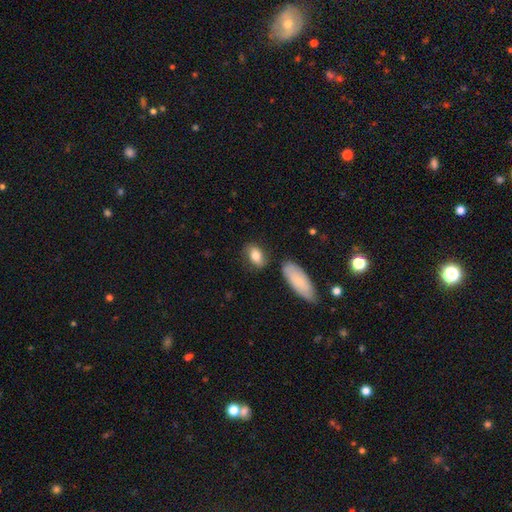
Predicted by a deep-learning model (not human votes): Q: Smooth or featured?
A: smooth (76%); runner-up: featured or disk (17%)
Q: How rounded?
A: in between (83%); runner-up: round (13%)
Q: Merging?
A: none (74%); runner-up: minor disturbance (16%)